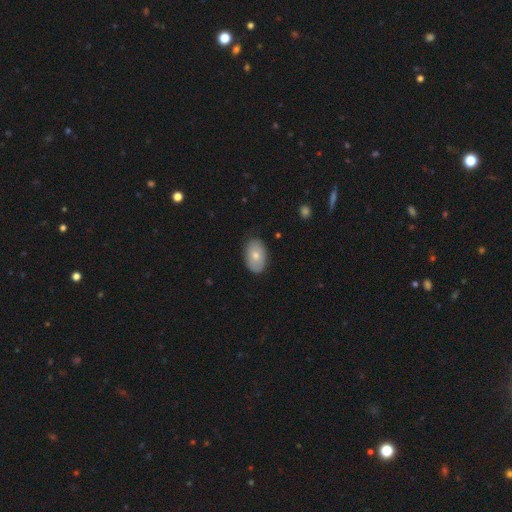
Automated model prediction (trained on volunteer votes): Smooth or featured: smooth — 68% (featured or disk — 26%)
How rounded: in between — 89% (round — 10%)
Merging: none — 81% (minor disturbance — 15%)